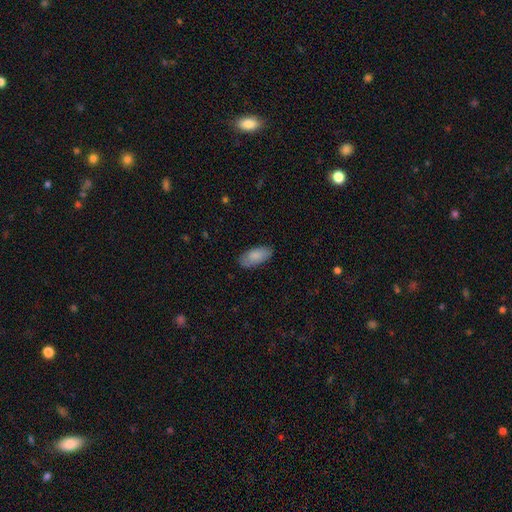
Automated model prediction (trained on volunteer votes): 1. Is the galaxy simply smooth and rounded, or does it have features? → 83% smooth, 11% featured or disk, 6% star or artifact.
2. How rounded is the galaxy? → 91% in between, 7% cigar-shaped, 2% round.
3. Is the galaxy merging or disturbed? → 79% none, 17% minor disturbance, 3% major disturbance, 1% merger.